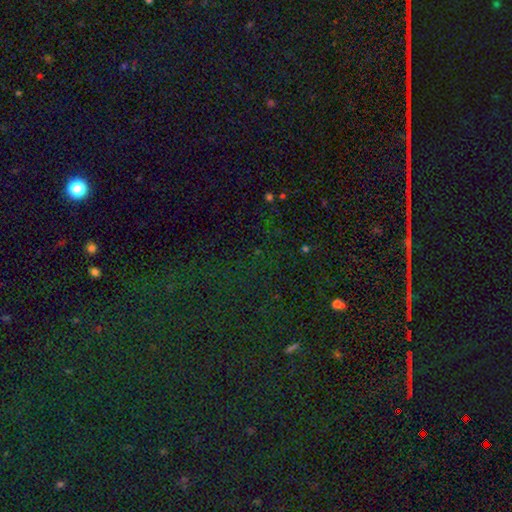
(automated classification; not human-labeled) This is clearly a star or artifact rather than a galaxy (84%).